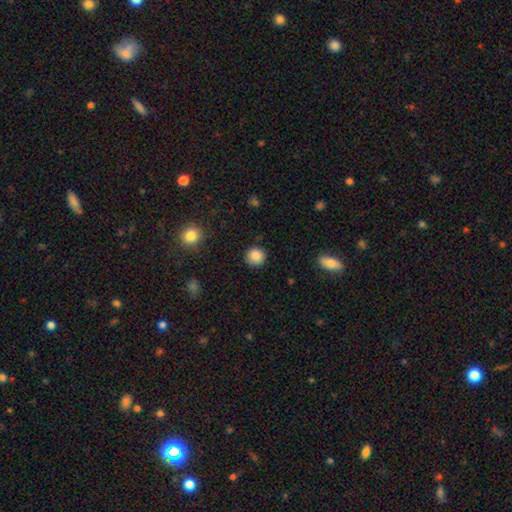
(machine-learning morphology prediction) type=smooth (87%); roundness=round (92%); merging=none (89%).